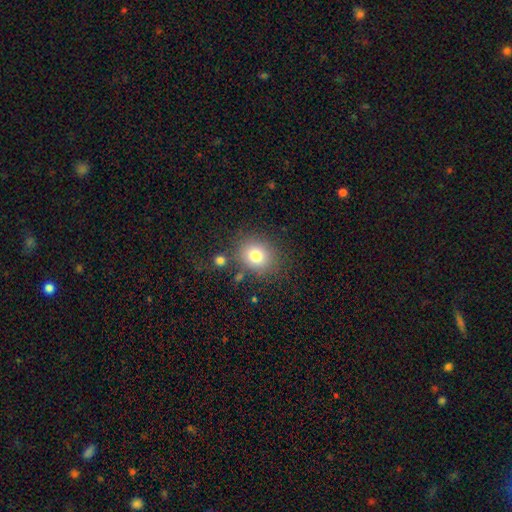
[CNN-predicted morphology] smooth 78%, star or artifact 12%, featured or disk 10%. Down the decision tree: how rounded — round (66%); merging — none (77%).